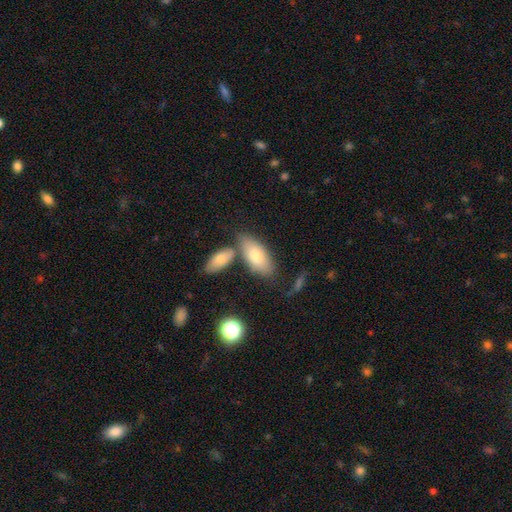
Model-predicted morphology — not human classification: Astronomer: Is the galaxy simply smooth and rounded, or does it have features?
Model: smooth — 73%.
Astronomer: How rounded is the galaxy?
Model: in between — 88%.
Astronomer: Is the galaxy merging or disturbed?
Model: none — 60%.